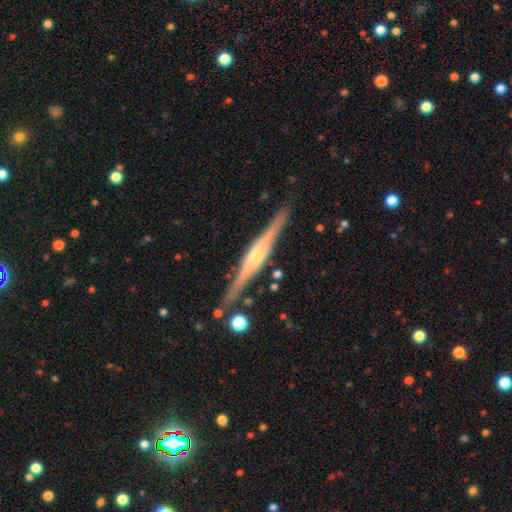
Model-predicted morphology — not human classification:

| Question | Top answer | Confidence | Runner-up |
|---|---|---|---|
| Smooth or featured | featured or disk | 80% | smooth (14%) |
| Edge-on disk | yes | 97% | no (3%) |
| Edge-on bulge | rounded | 81% | boxy (12%) |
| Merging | none | 86% | minor disturbance (10%) |